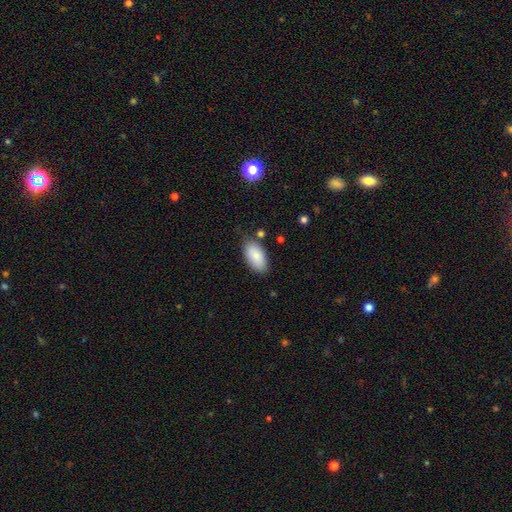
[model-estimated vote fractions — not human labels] A smooth galaxy with no disk features (85%) that is in between round and cigar-shaped (94%). Merging: none (78%).